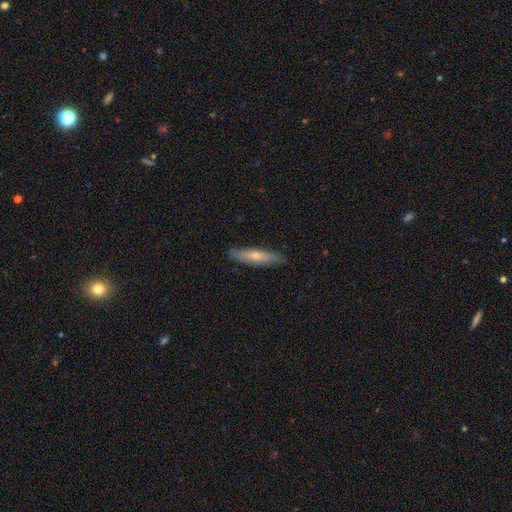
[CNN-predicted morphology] Smooth or featured?
  - smooth: 50% *
  - featured or disk: 44%
  - star or artifact: 7%
Merging?
  - none: 87% *
  - minor disturbance: 11%
  - major disturbance: 2%
  - merger: 1%